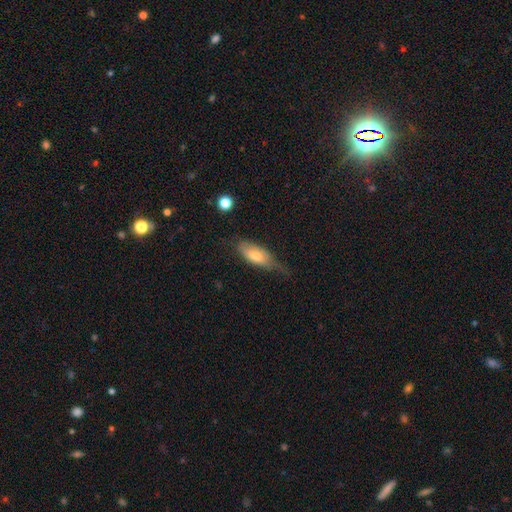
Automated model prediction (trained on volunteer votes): smooth-or-featured: smooth: 66% | featured or disk: 27% | star or artifact: 7%
  how-rounded: in between: 76% | cigar-shaped: 21% | round: 3%
  merging: none: 42% | minor disturbance: 38% | major disturbance: 18% | merger: 2%